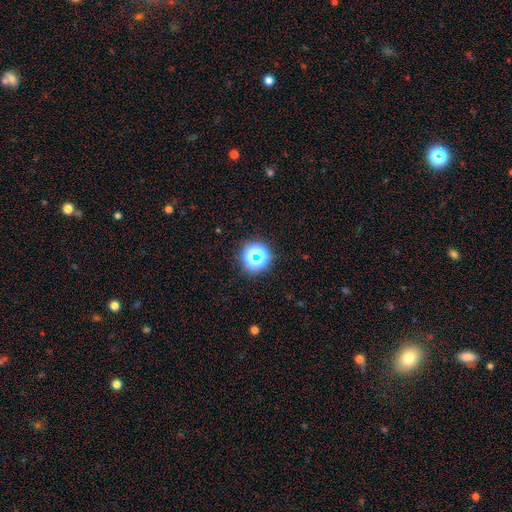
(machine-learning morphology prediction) Q: Smooth or featured?
A: star or artifact (57%); runner-up: smooth (34%)